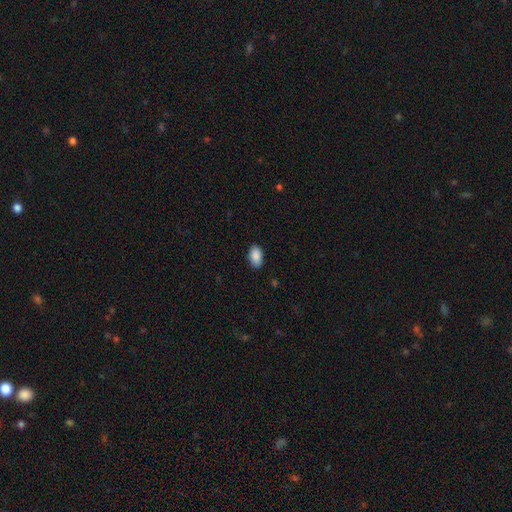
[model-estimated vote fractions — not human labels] Smooth or featured? smooth (90%)
How rounded? in between (93%)
Merging? none (87%)